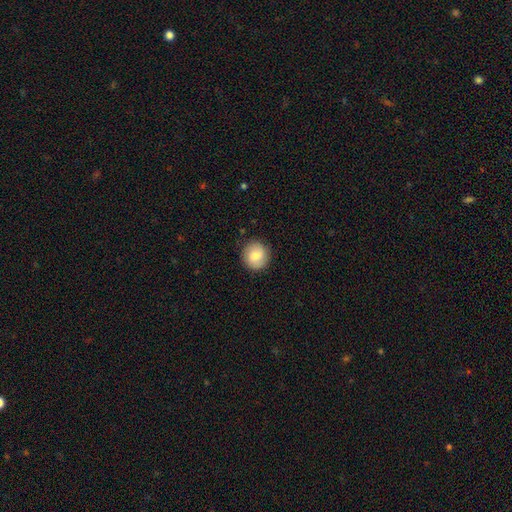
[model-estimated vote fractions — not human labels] This appears to be a smooth galaxy with no disk features (78%) that is round (91%). Merging: none (88%).